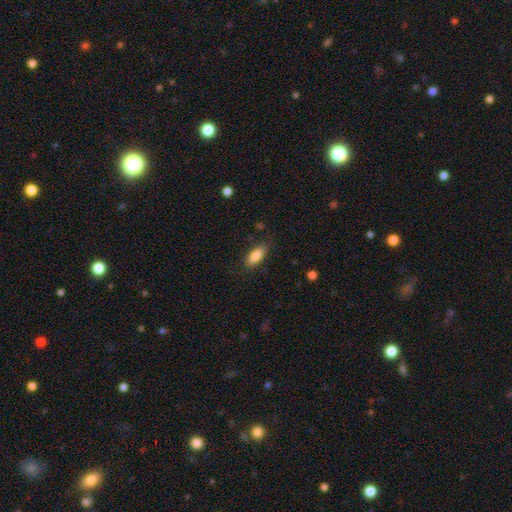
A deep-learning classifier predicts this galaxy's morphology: Smooth or featured?
  - smooth: 85% *
  - featured or disk: 8%
  - star or artifact: 7%
How rounded?
  - in between: 79% *
  - cigar-shaped: 19%
  - round: 2%
Merging?
  - none: 80% *
  - minor disturbance: 15%
  - major disturbance: 4%
  - merger: 1%